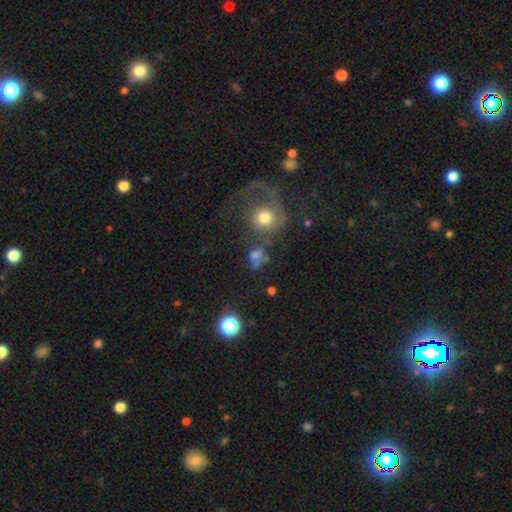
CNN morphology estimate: Q: Smooth or featured?
A: smooth (56%); runner-up: star or artifact (22%)
Q: How rounded?
A: round (59%); runner-up: in between (39%)
Q: Merging?
A: none (38%); runner-up: merger (24%)